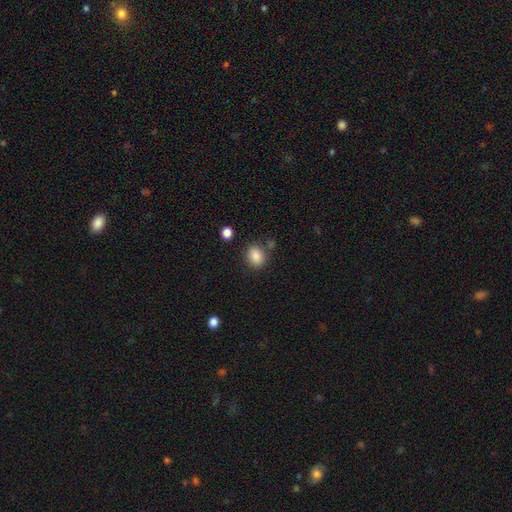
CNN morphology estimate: The model was most divided on "how rounded": in between: 54%, round: 45%, cigar-shaped: 1%. More confident: smooth or featured — smooth (86%); merging — none (77%).